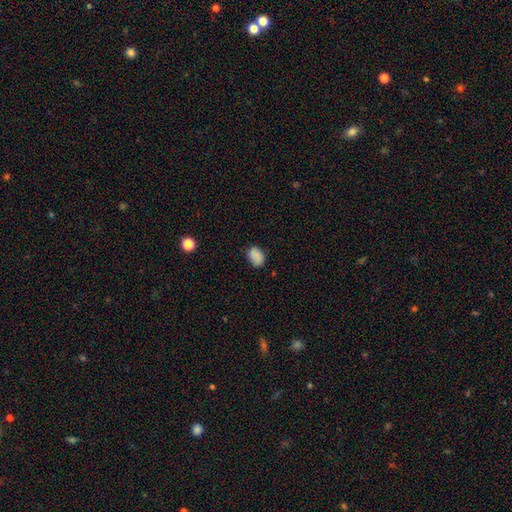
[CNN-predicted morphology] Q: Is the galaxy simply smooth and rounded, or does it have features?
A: smooth — 86%.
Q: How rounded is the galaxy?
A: in between — 78%.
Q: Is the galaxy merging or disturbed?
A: none — 80%.